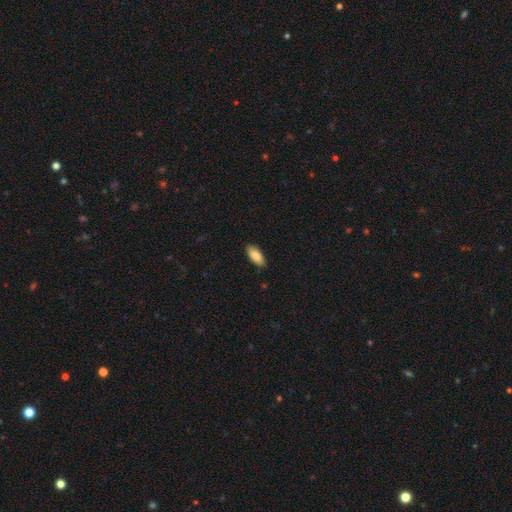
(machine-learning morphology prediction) Smooth or featured? Predicted: smooth (p=0.86). How rounded? Predicted: in between (p=0.87). Merging? Predicted: none (p=0.86).